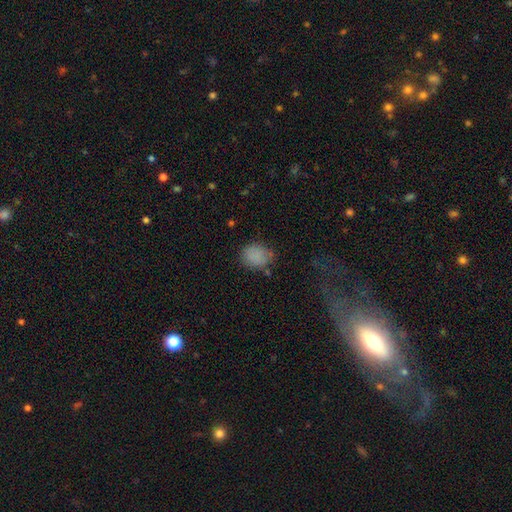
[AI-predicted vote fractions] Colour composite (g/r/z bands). It shows a smooth galaxy with no disk features (84%) that is round (59%). Merging: none (73%).